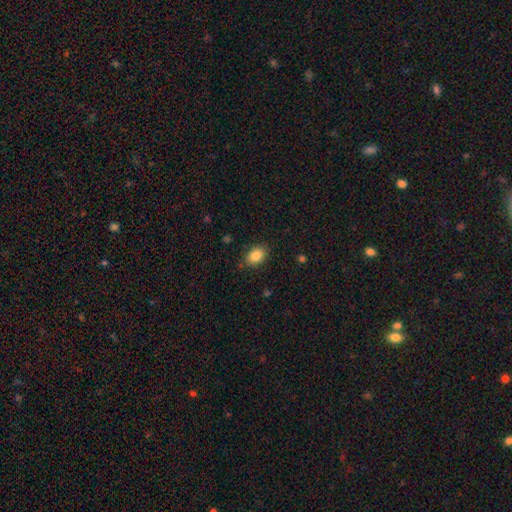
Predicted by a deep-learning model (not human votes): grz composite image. It shows a smooth galaxy with no disk features (86%) that is in between round and cigar-shaped (76%). Merging: none (85%).